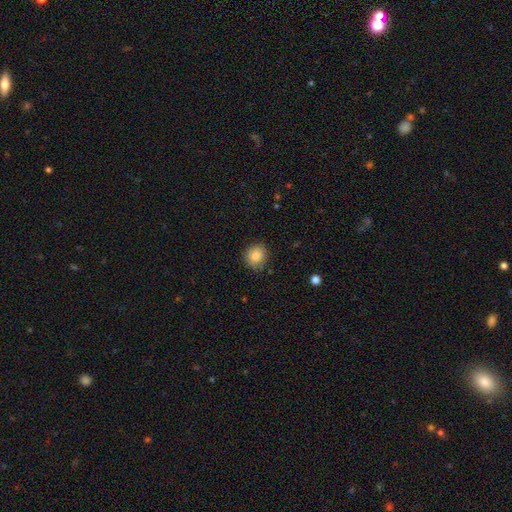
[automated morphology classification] Q: Smooth or featured?
A: smooth (84%); runner-up: star or artifact (9%)
Q: How rounded?
A: round (83%); runner-up: in between (16%)
Q: Merging?
A: none (85%); runner-up: minor disturbance (11%)